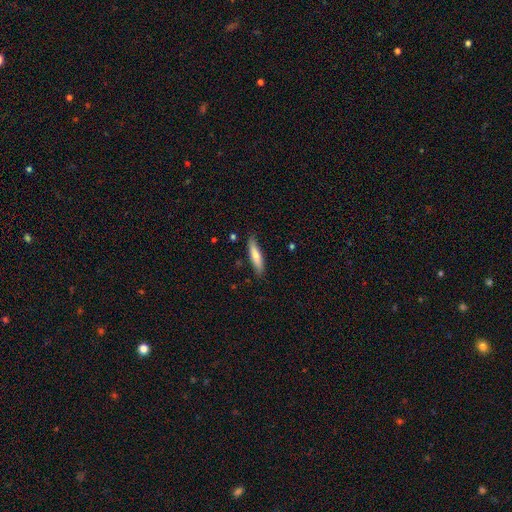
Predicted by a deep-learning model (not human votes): The model was most divided on "smooth or featured": smooth: 76%, featured or disk: 19%, star or artifact: 6%. More confident: merging — none (83%); how rounded — cigar-shaped (81%).